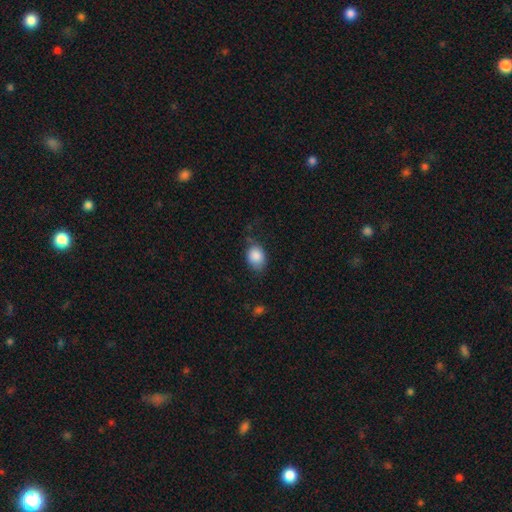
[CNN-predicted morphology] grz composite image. It shows a smooth galaxy with no disk features (86%) that is in between round and cigar-shaped (69%). Merging: none (63%).